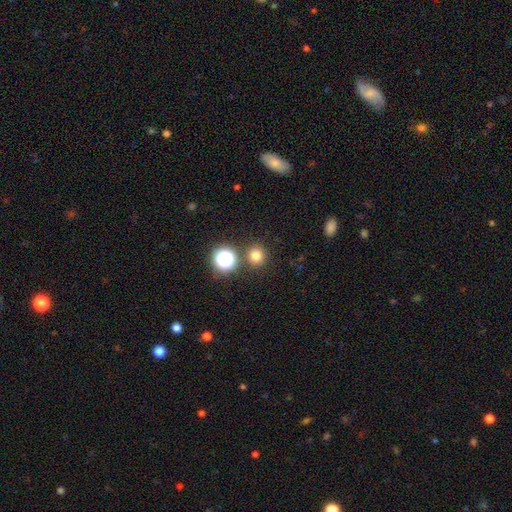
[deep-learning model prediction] Smooth or featured? Predicted: smooth (p=0.76). How rounded? Predicted: round (p=0.90). Merging? Predicted: none (p=0.85).